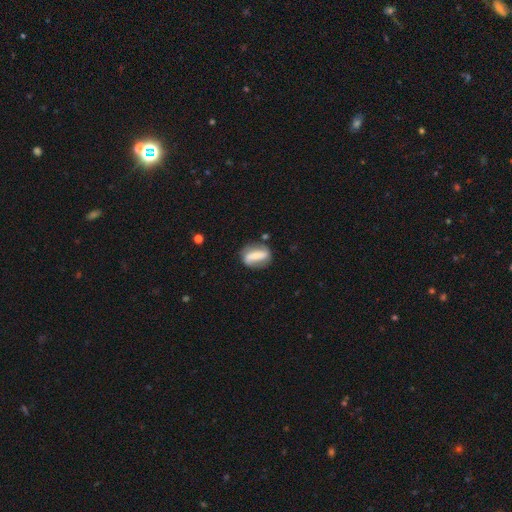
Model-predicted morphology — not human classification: Smooth or featured? Predicted: featured or disk (p=0.49). Merging? Predicted: none (p=0.68).